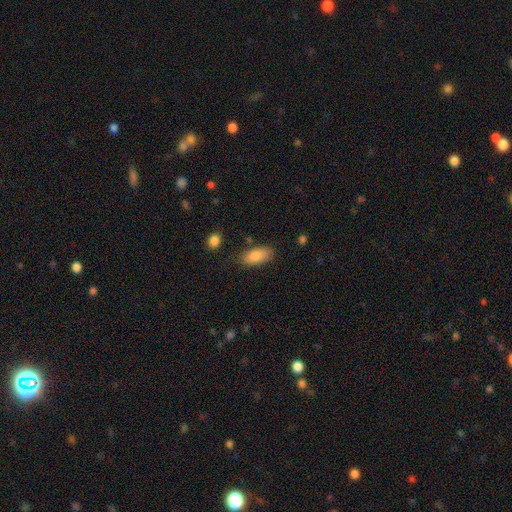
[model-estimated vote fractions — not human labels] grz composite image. It shows a smooth galaxy with no disk features (85%) that is in between round and cigar-shaped (88%). Merging: none (79%).